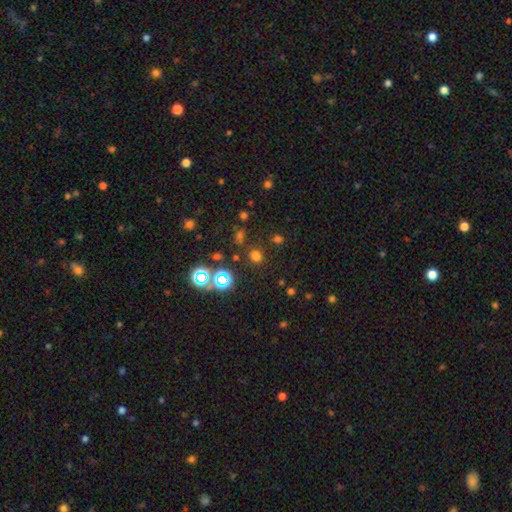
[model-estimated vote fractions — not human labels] Morphology: type=smooth (62%); roundness=round (79%); merging=none (81%).